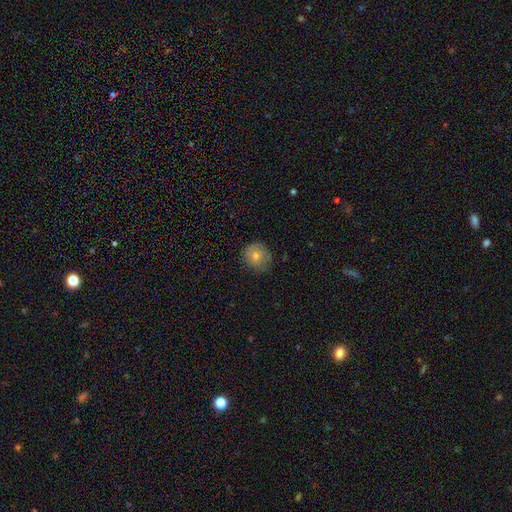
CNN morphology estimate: type=smooth (67%); roundness=round (84%); merging=none (77%).